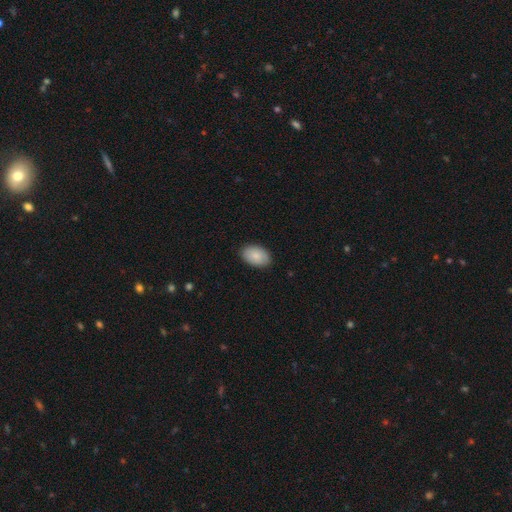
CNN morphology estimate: smooth 85%, featured or disk 9%, star or artifact 6%. Down the decision tree: how rounded — in between (91%); merging — none (87%).